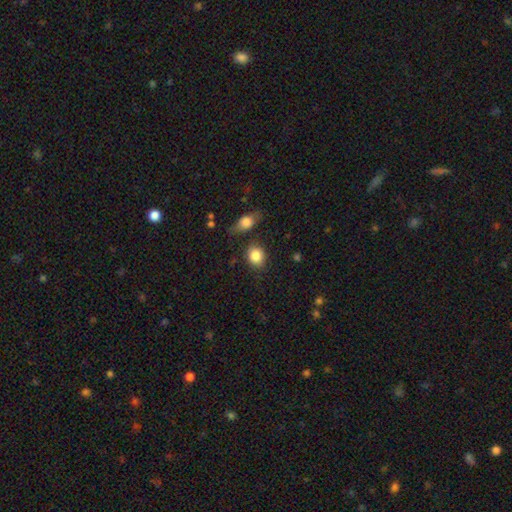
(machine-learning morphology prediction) A smooth galaxy with no disk features (85%) that is round (60%). Merging: none (79%).